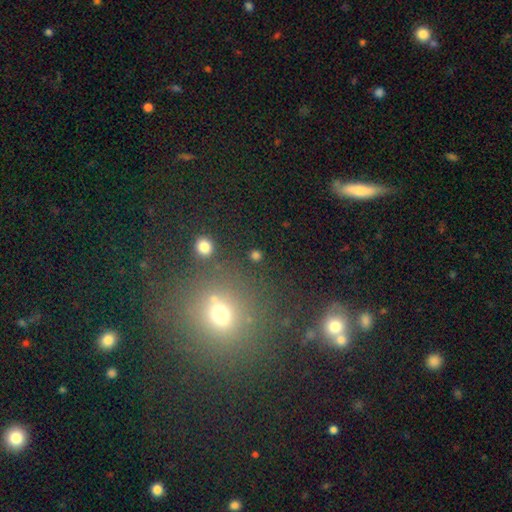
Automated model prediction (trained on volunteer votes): Smooth or featured?
  - smooth: 72% *
  - star or artifact: 21%
  - featured or disk: 7%
How rounded?
  - round: 84% *
  - in between: 14%
  - cigar-shaped: 2%
Merging?
  - none: 85% *
  - minor disturbance: 6%
  - merger: 4%
  - major disturbance: 4%